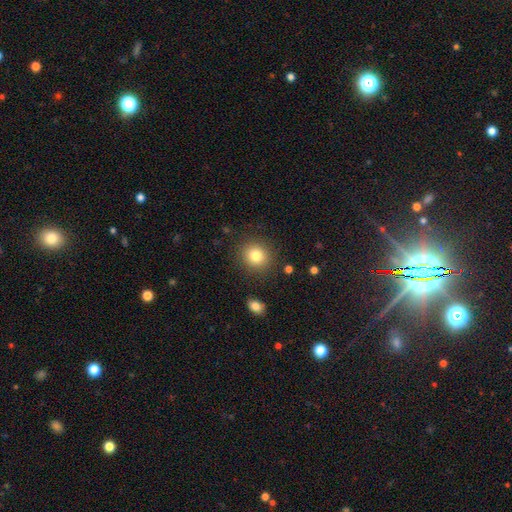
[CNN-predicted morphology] A smooth galaxy with no disk features (81%) that is round (84%).

Vote fractions:
- Smooth or featured? smooth: 81% / star or artifact: 11% / featured or disk: 8%
- How rounded? round: 84% / in between: 15% / cigar-shaped: 1%
- Merging? none: 87% / minor disturbance: 8% / major disturbance: 3% / merger: 2%